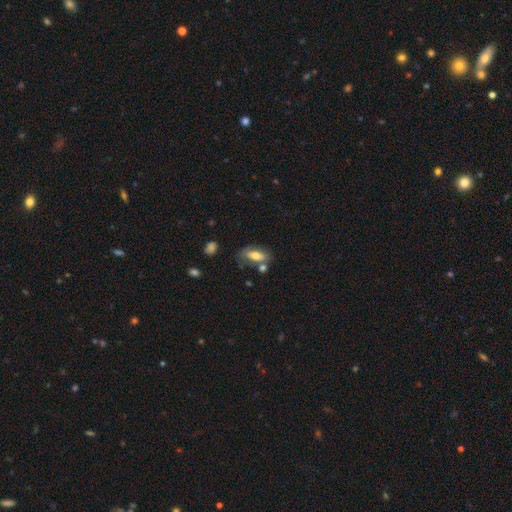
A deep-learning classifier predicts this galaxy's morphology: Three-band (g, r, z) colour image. It shows a smooth galaxy with no disk features (68%) that is in between round and cigar-shaped (78%). Merging: none (55%).